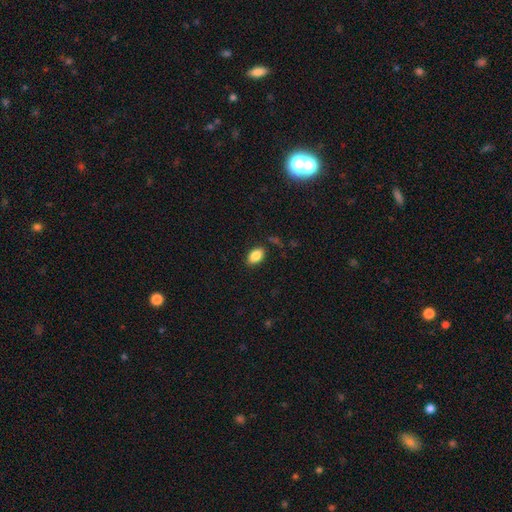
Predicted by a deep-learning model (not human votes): This is clearly a smooth galaxy (87%). How rounded: clearly in between (89%). Merging: clearly none (85%).